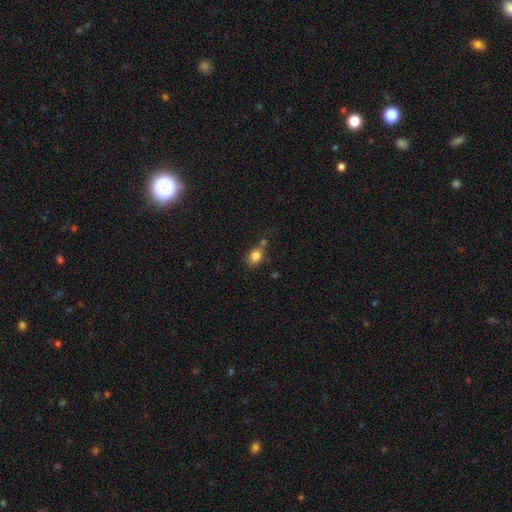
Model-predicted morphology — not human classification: This is clearly a smooth galaxy (84%). How rounded: likely in between (61%). Merging: possibly none (55%).